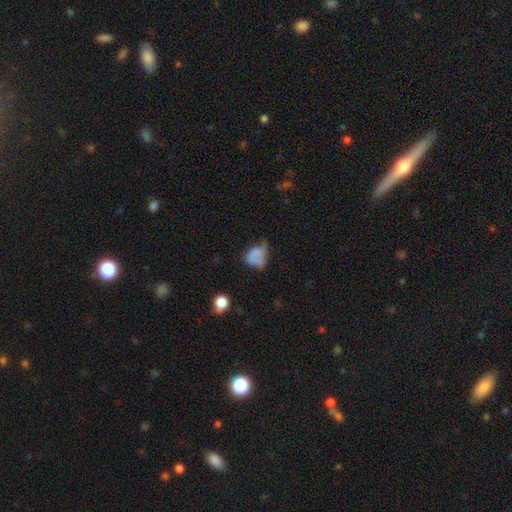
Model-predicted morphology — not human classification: This is likely a smooth galaxy (61%). How rounded: likely in between (64%). Merging: marginally major disturbance (34%).